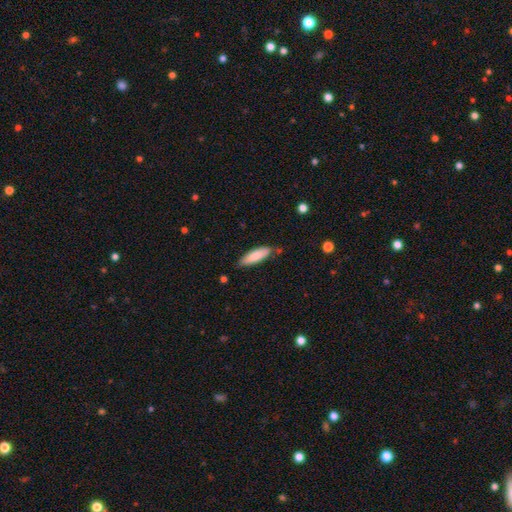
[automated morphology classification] type=smooth (84%); roundness=in between (49%, tied with cigar-shaped); merging=none (74%).